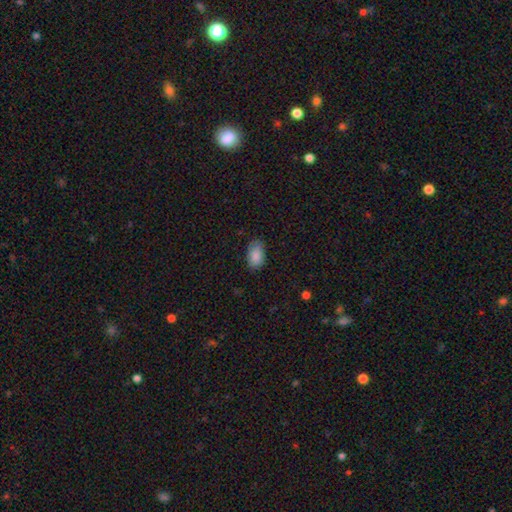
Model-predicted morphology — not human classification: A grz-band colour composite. It shows a smooth galaxy with no disk features (87%) that is in between round and cigar-shaped (93%). Merging: none (78%).